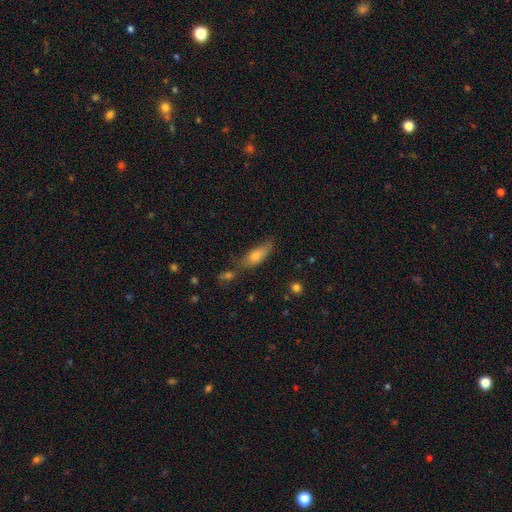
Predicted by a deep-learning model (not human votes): This appears to be a smooth galaxy with no disk features (67%) that is in between round and cigar-shaped (64%). Merging: none (46%).